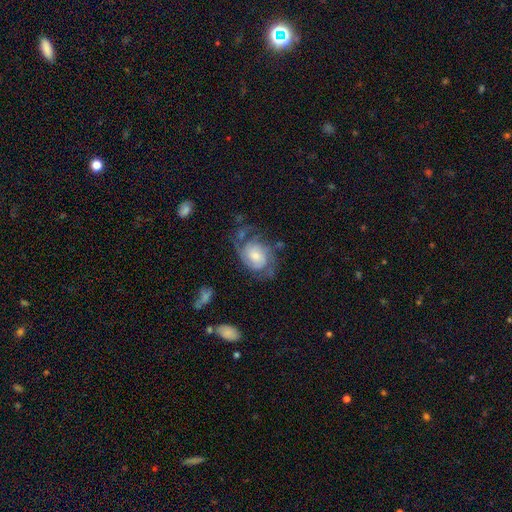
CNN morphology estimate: This is likely a featured or disk galaxy (74%). It is clearly not viewed edge-on (97%). Bar: likely no (65%). Spiral arm pattern: clearly yes (91%). Spiral arm count: marginally 2 (39%). Spiral winding: marginally tight (42%). Central bulge: marginally moderate (44%). Merging: possibly none (50%).